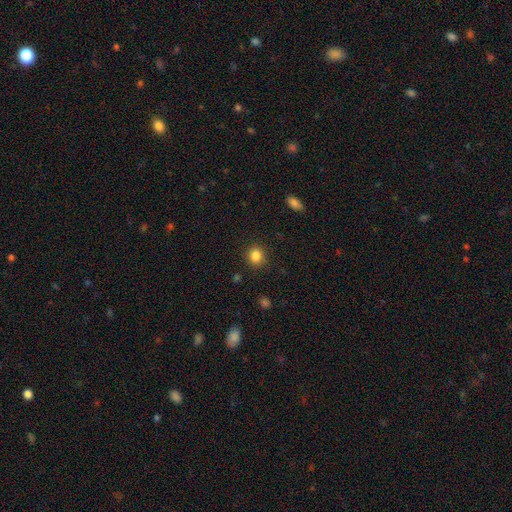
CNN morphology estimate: smooth_or_featured: smooth (p=0.84) [alt: star or artifact p=0.11]
how_rounded: round (p=0.77) [alt: in between p=0.22]
merging: none (p=0.88) [alt: minor disturbance p=0.08]